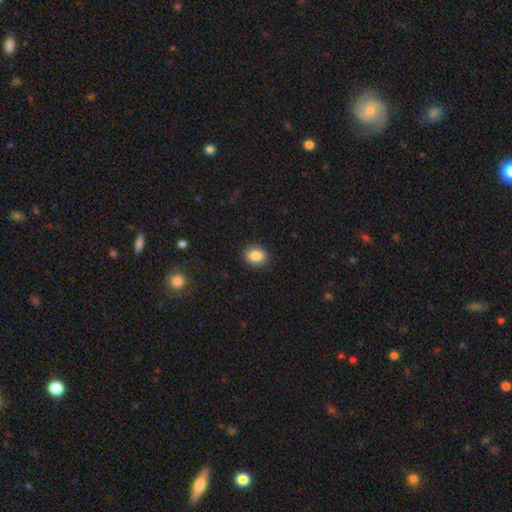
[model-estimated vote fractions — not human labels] smooth-or-featured: smooth: 86% | star or artifact: 9% | featured or disk: 5%
  how-rounded: round: 60% | in between: 39% | cigar-shaped: 1%
  merging: none: 90% | minor disturbance: 7% | major disturbance: 2% | merger: 1%